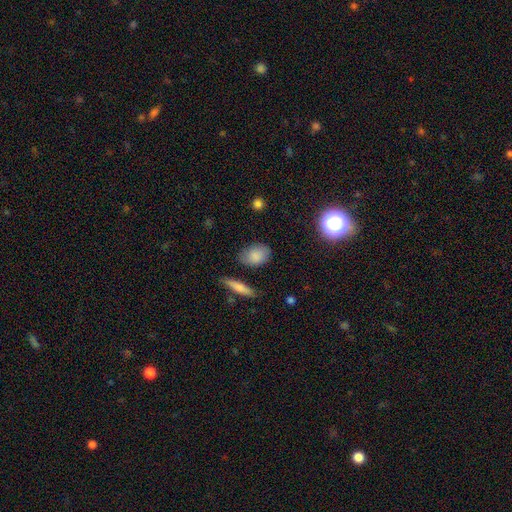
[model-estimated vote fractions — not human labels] A smooth galaxy with no disk features (84%) that is in between round and cigar-shaped (79%). Merging: none (76%).